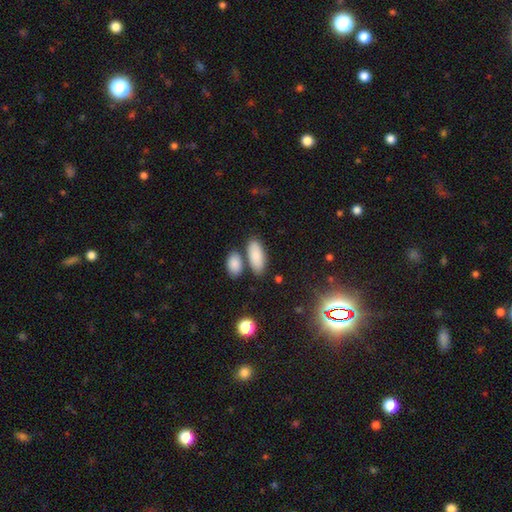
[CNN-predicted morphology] A smooth galaxy with no disk features (86%) that is in between round and cigar-shaped (86%). Merging: none (68%).